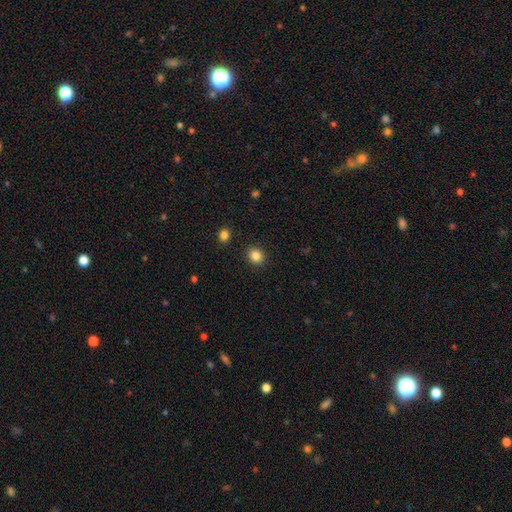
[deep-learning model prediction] A smooth galaxy with no disk features (85%) that is round (76%). Merging: none (90%).